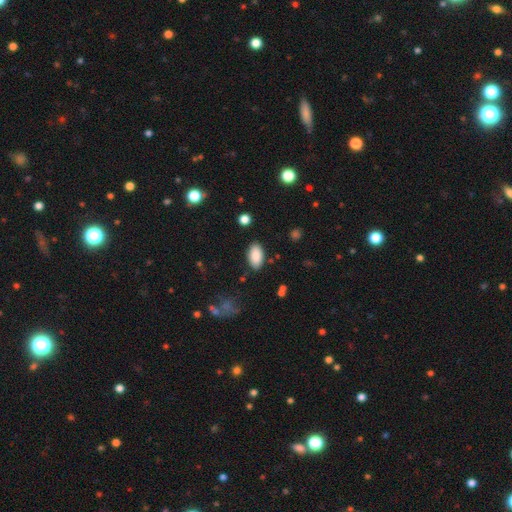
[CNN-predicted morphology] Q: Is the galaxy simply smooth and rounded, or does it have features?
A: smooth — 89%.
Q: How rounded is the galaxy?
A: in between — 95%.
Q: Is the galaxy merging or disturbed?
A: none — 86%.